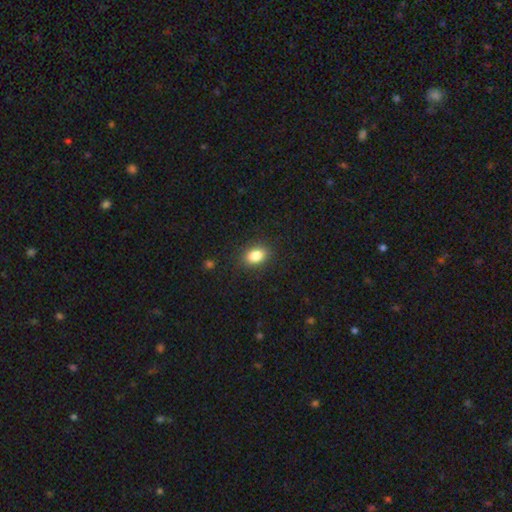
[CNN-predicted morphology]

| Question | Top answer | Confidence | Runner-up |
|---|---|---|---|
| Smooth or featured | smooth | 85% | star or artifact (9%) |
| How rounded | in between | 78% | round (20%) |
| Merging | none | 87% | minor disturbance (9%) |